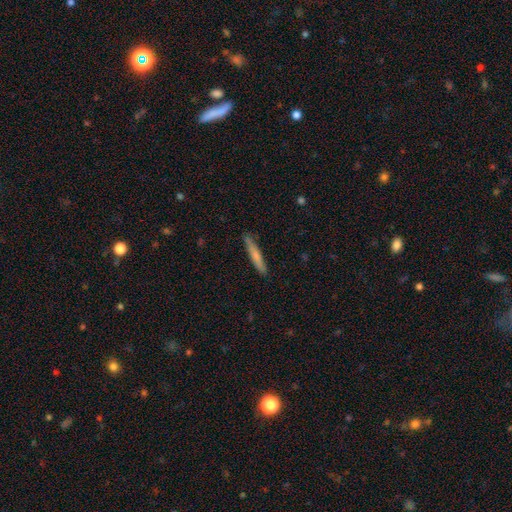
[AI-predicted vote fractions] smooth-or-featured: smooth: 66% | featured or disk: 28% | star or artifact: 6%
  how-rounded: cigar-shaped: 94% | in between: 5% | round: 1%
  merging: none: 84% | minor disturbance: 12% | major disturbance: 2% | merger: 2%